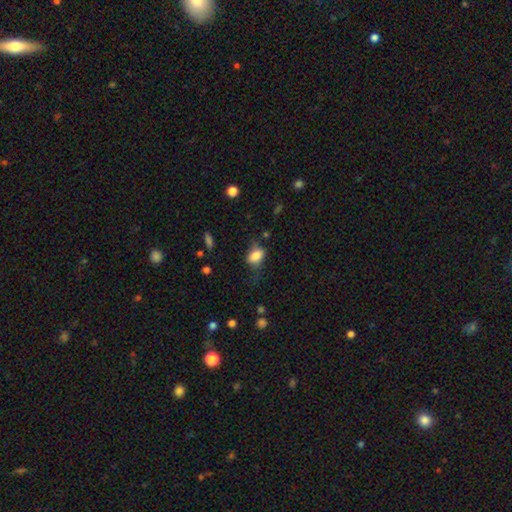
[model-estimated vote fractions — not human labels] A smooth galaxy with no disk features (78%) that is in between round and cigar-shaped (78%).

Vote fractions:
- Smooth or featured? smooth: 78% / featured or disk: 14% / star or artifact: 9%
- How rounded? in between: 78% / round: 20% / cigar-shaped: 2%
- Merging? none: 50% / minor disturbance: 30% / major disturbance: 17% / merger: 3%